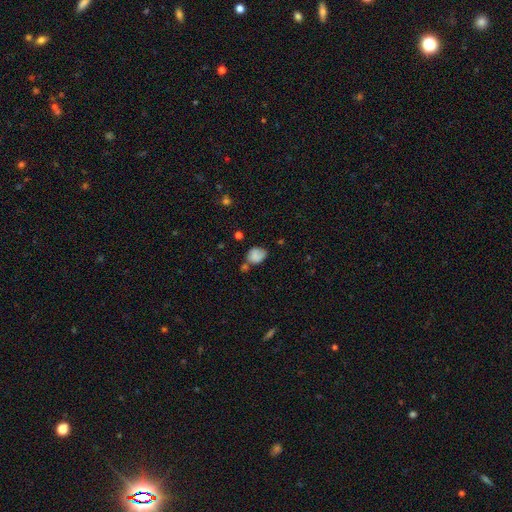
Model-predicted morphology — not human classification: Smooth or featured? Predicted: smooth (p=0.77). How rounded? Predicted: in between (p=0.58). Merging? Predicted: none (p=0.42).